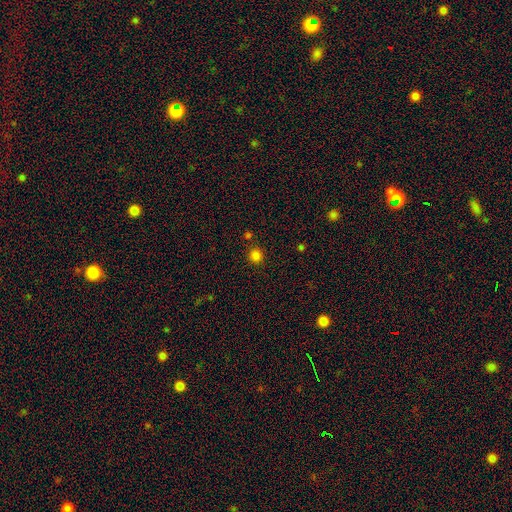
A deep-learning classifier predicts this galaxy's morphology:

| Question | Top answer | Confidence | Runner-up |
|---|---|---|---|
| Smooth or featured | smooth | 81% | star or artifact (15%) |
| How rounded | round | 93% | in between (6%) |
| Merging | none | 86% | minor disturbance (7%) |